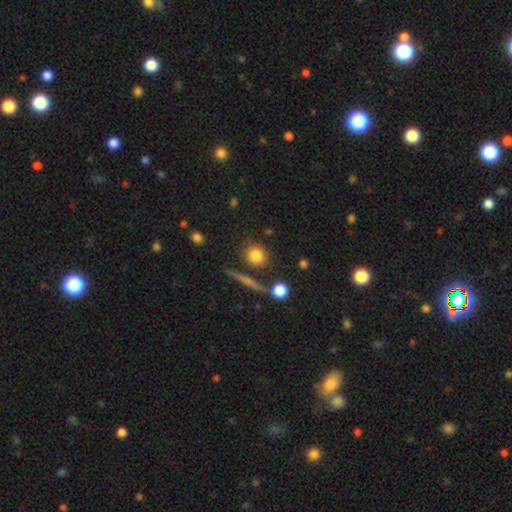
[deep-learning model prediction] Q: Smooth or featured?
A: smooth (80%); runner-up: star or artifact (11%)
Q: How rounded?
A: round (83%); runner-up: in between (13%)
Q: Merging?
A: none (78%); runner-up: minor disturbance (10%)